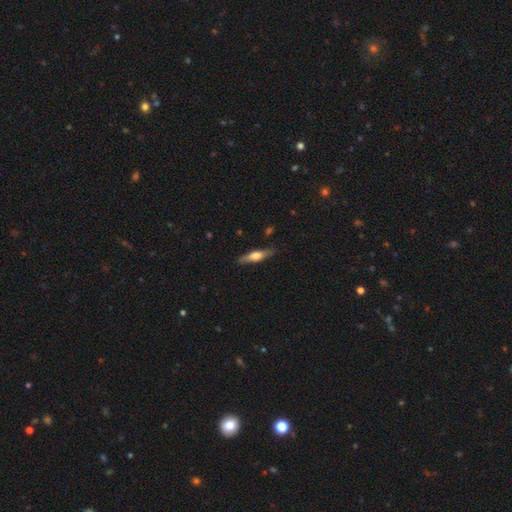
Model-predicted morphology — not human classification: A featured or disk galaxy (50%). Merging: none (85%).